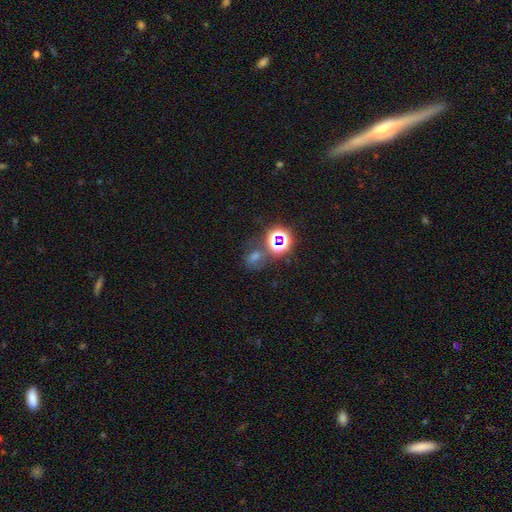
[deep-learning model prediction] Overall: star or artifact (57%; smooth 28%).